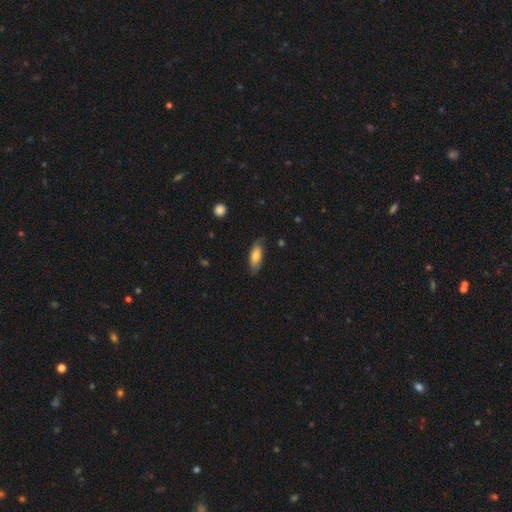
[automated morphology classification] Q: Smooth or featured?
A: smooth (74%); runner-up: featured or disk (20%)
Q: How rounded?
A: in between (76%); runner-up: cigar-shaped (22%)
Q: Merging?
A: none (77%); runner-up: minor disturbance (18%)